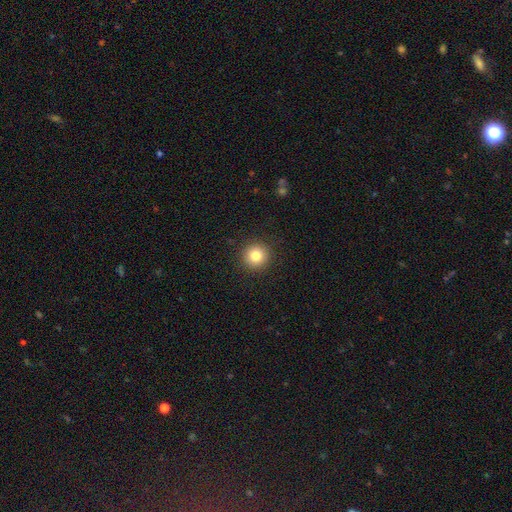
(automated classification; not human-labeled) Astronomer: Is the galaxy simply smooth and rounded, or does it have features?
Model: smooth — 82%.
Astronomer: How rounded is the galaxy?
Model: round — 94%.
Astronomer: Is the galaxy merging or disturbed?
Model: none — 92%.